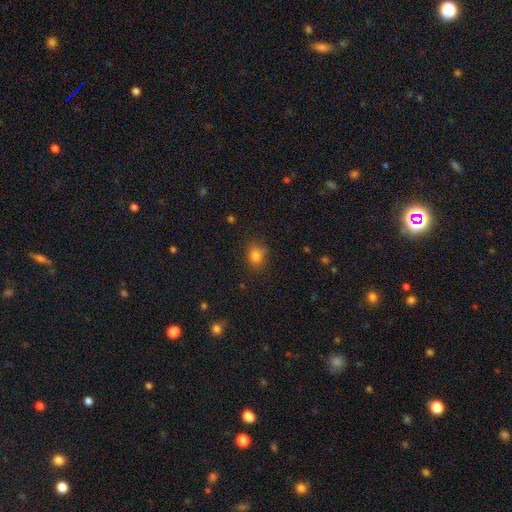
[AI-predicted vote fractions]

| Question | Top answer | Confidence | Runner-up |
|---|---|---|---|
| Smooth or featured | smooth | 79% | star or artifact (14%) |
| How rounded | round | 57% | in between (42%) |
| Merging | none | 69% | minor disturbance (20%) |